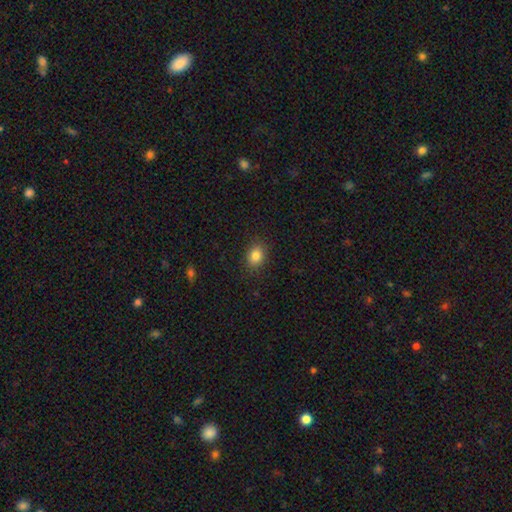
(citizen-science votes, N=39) This is clearly a smooth galaxy (82%). How rounded: possibly in between (56%). Merging: clearly none (83%).